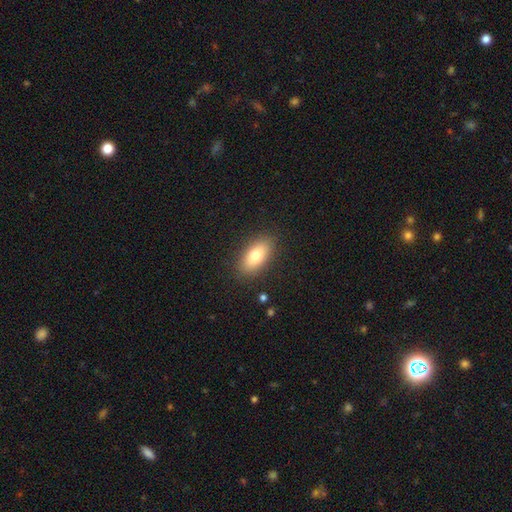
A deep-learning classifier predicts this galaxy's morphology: Smooth or featured? smooth (78%)
How rounded? in between (87%)
Merging? none (87%)